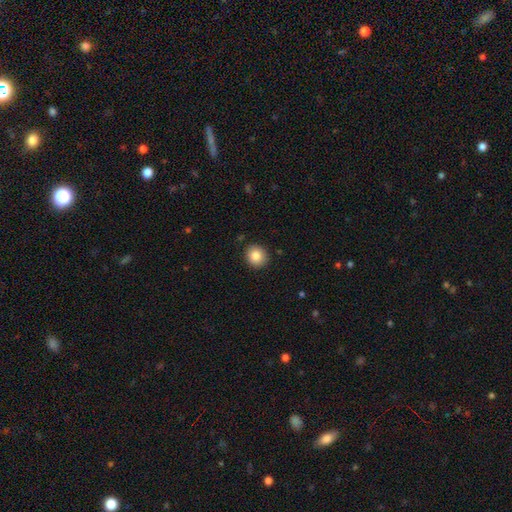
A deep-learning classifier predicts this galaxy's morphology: The model was most divided on "how rounded": round: 86%, in between: 14%, cigar-shaped: 1%. More confident: merging — none (90%); smooth or featured — smooth (85%).